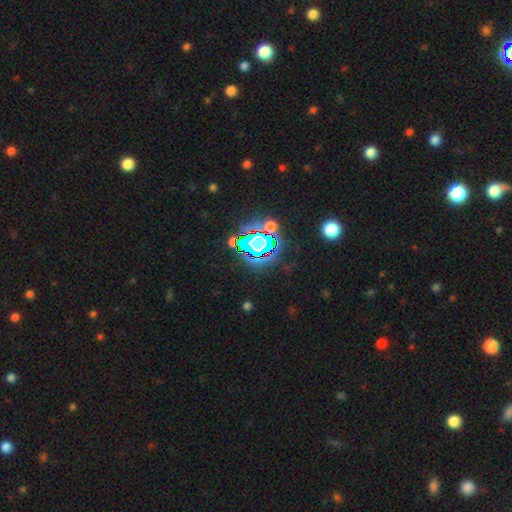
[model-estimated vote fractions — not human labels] This is likely a star or artifact rather than a galaxy (70%).